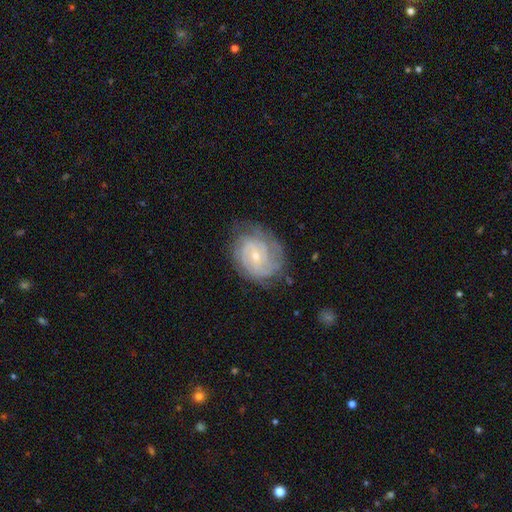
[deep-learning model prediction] Morphology: type=featured or disk (82%); edge-on=no (98%); bar=no (59%); spiral arms=yes (95%); winding=tight (71%); arm count=can't tell (35%); bulge=small (71%); merging=none (73%).